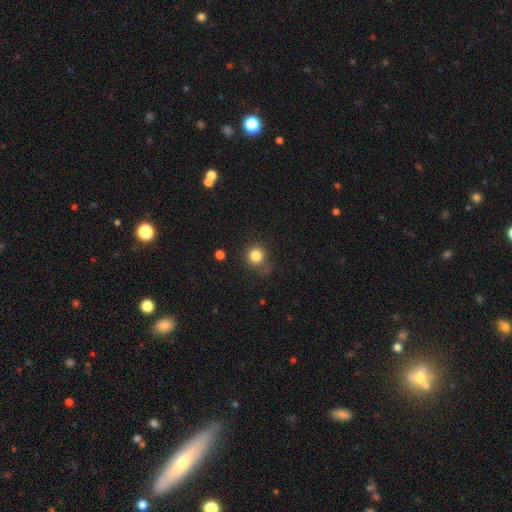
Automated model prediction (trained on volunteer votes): Smooth or featured: smooth — 83% (star or artifact — 12%)
How rounded: round — 88% (in between — 11%)
Merging: none — 73% (minor disturbance — 17%)